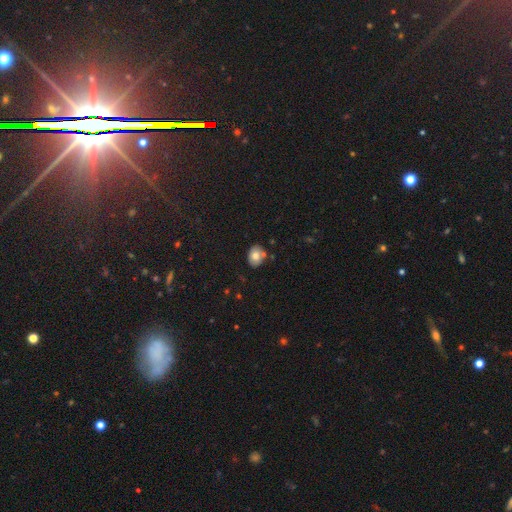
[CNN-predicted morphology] This appears to be a smooth galaxy with no disk features (75%) that is in between round and cigar-shaped (61%). Merging: none (73%).